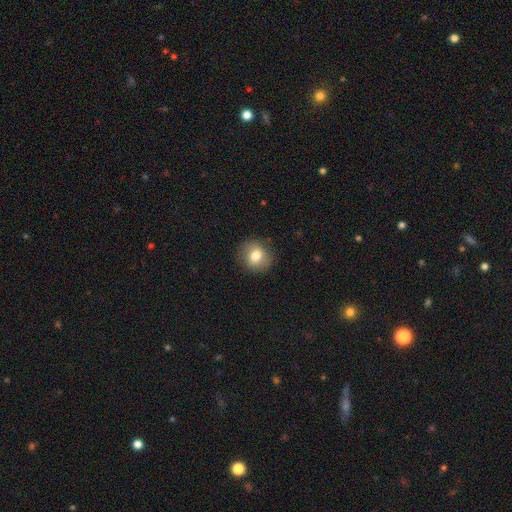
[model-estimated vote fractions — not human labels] Overall: smooth (76%). How rounded: round (78%). Merging: none (86%).